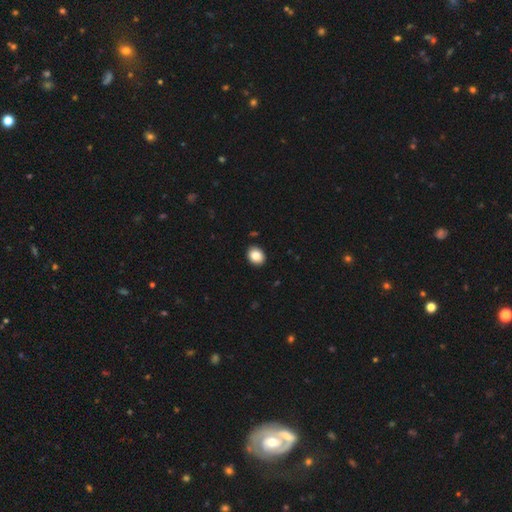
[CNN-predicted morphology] The model was most divided on "how rounded": round: 52%, in between: 47%, cigar-shaped: 1%. More confident: merging — none (90%); smooth or featured — smooth (87%).